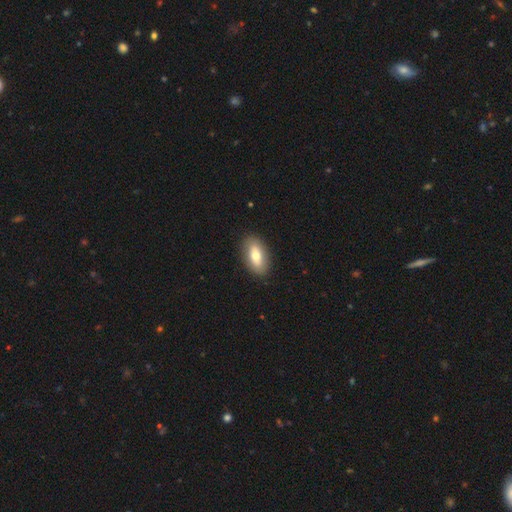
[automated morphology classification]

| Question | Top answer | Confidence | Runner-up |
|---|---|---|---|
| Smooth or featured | smooth | 73% | featured or disk (21%) |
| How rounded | in between | 89% | cigar-shaped (7%) |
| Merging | none | 88% | minor disturbance (9%) |